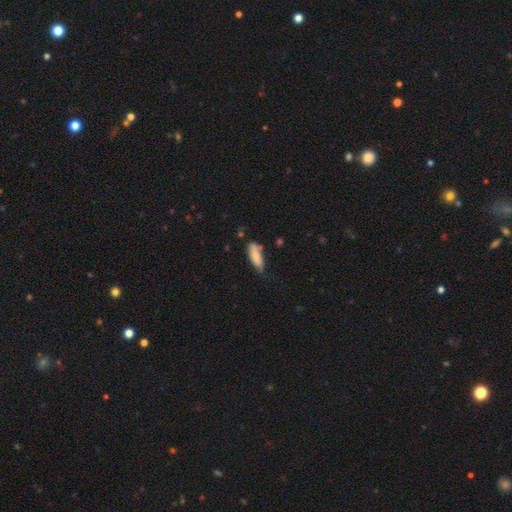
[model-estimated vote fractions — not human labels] Smooth or featured? smooth (81%)
How rounded? in between (54%)
Merging? none (62%)